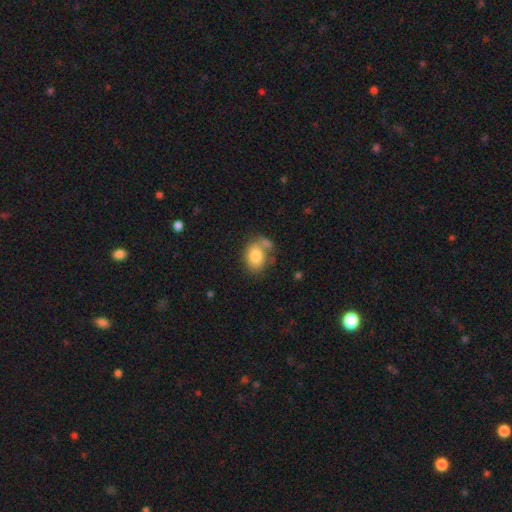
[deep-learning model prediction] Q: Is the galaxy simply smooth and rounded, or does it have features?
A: smooth — 81%.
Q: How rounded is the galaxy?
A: in between — 66%.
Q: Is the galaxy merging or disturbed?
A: none — 51%.